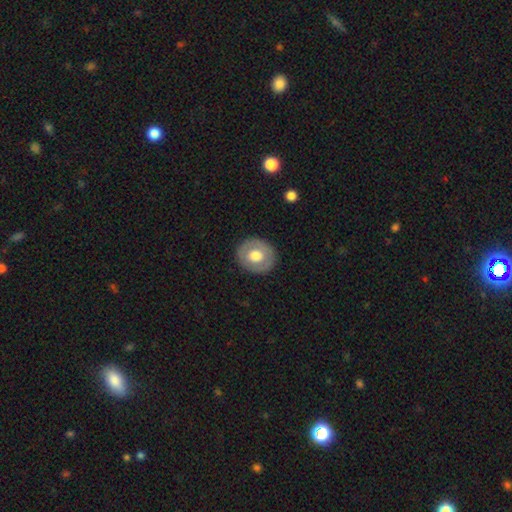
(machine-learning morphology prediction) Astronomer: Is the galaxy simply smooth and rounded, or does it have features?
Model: smooth — 58% (runner-up: featured or disk, 36%).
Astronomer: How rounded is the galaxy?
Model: round — 75%.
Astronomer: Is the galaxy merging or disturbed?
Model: none — 87%.